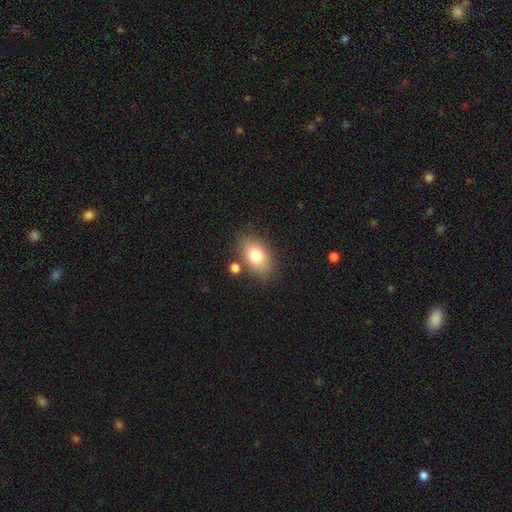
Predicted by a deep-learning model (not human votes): smooth_or_featured: smooth (p=0.78) [alt: featured or disk p=0.14]
how_rounded: in between (p=0.88) [alt: round p=0.10]
merging: none (p=0.77) [alt: minor disturbance p=0.12]